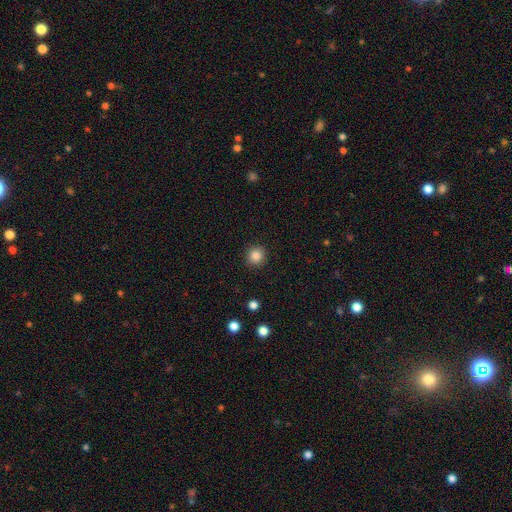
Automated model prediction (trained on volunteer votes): This is clearly a smooth galaxy (86%). How rounded: clearly round (93%). Merging: clearly none (92%).